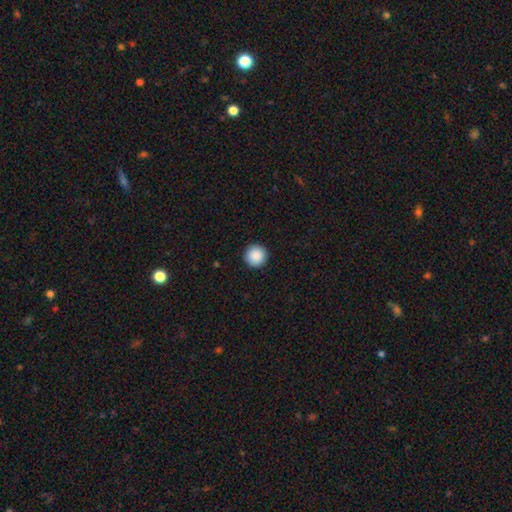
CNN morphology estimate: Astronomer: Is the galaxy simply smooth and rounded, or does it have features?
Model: smooth — 89%.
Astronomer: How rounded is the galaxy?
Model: round — 97%.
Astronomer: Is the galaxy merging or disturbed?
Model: none — 93%.